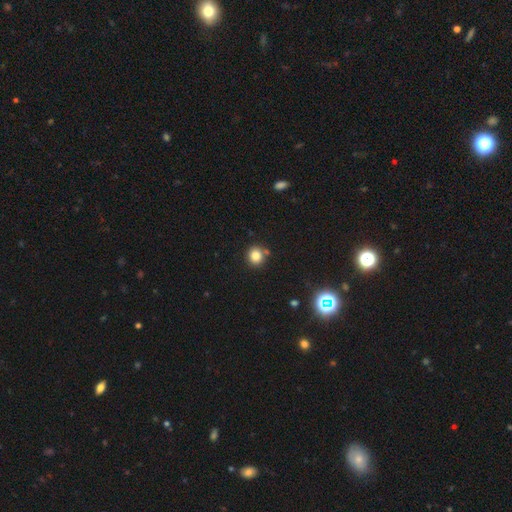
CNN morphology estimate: Q: Smooth or featured?
A: smooth (81%); runner-up: star or artifact (13%)
Q: How rounded?
A: round (84%); runner-up: in between (15%)
Q: Merging?
A: none (79%); runner-up: minor disturbance (10%)